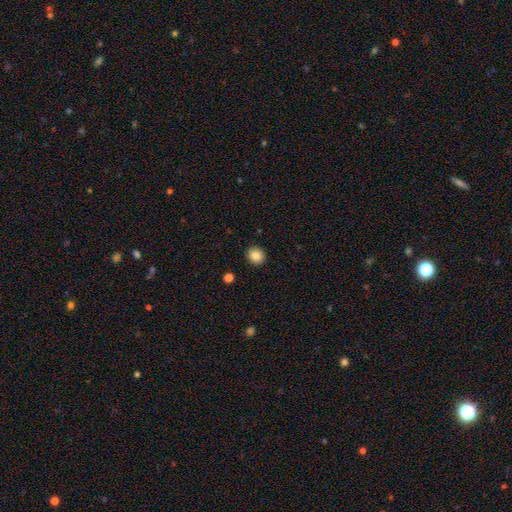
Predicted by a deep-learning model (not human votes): smooth_or_featured: smooth (p=0.86) [alt: star or artifact p=0.09]
how_rounded: round (p=0.82) [alt: in between p=0.17]
merging: none (p=0.92) [alt: minor disturbance p=0.05]